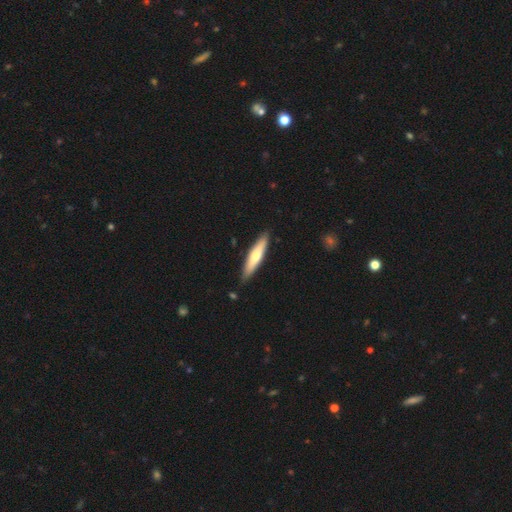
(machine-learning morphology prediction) A smooth galaxy with no disk features (54%) that is cigar-shaped (85%). Merging: none (88%).